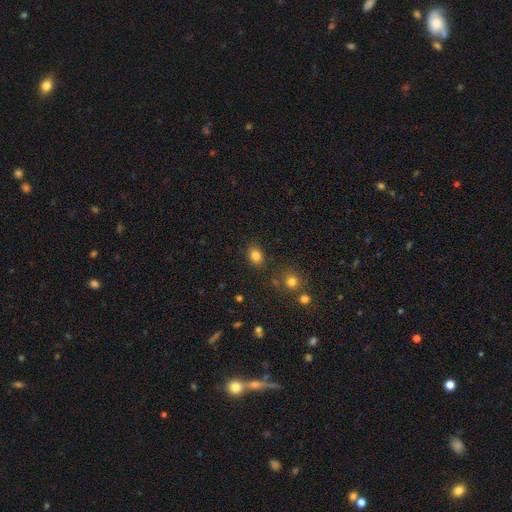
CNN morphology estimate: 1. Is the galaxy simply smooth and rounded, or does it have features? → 82% smooth, 12% star or artifact, 6% featured or disk.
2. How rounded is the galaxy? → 60% in between, 39% round, 1% cigar-shaped.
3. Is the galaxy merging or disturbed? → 84% none, 10% minor disturbance, 3% merger, 3% major disturbance.